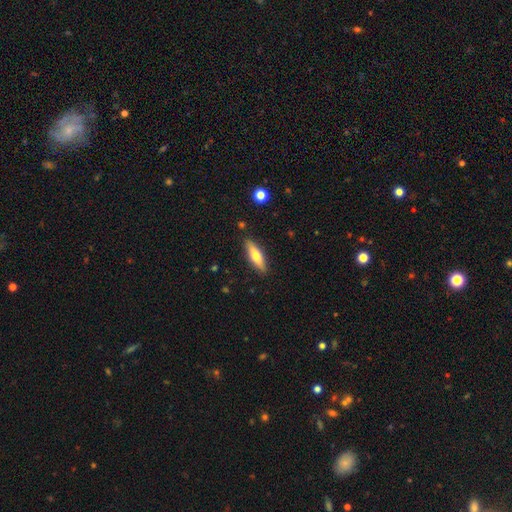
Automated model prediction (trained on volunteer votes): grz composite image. It shows a smooth galaxy with no disk features (62%) that is cigar-shaped (63%). Merging: none (88%).